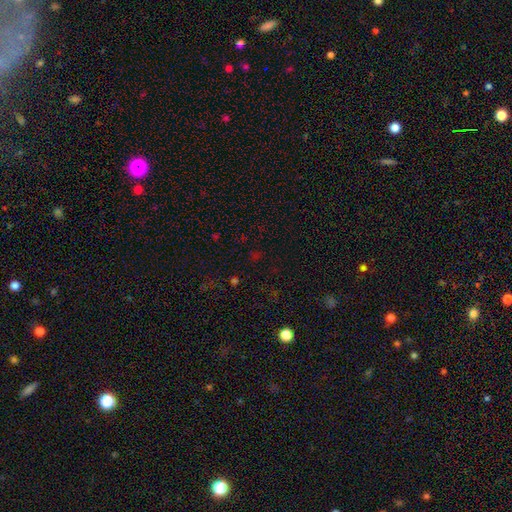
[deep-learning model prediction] Smooth or featured?
  - star or artifact: 62% *
  - smooth: 30%
  - featured or disk: 7%